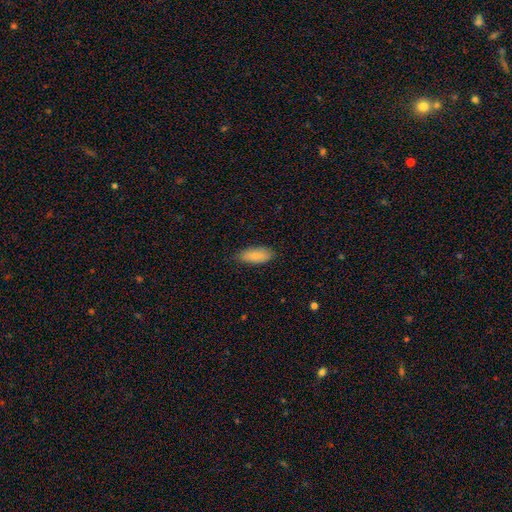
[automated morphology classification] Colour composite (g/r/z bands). It shows a smooth galaxy with no disk features (85%) that is in between round and cigar-shaped (82%). Merging: none (80%).